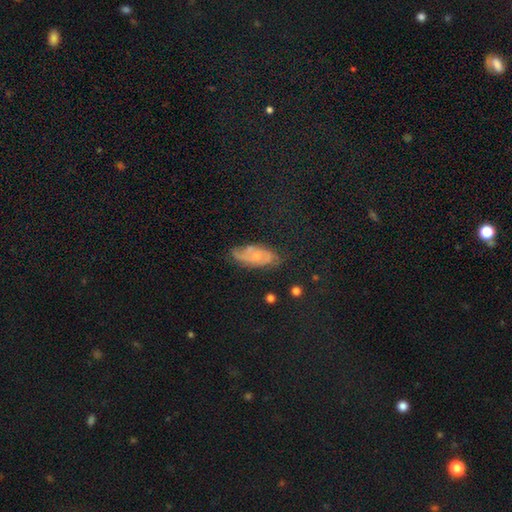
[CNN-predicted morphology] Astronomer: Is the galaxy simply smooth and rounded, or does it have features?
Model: featured or disk — 53% (runner-up: smooth, 28%).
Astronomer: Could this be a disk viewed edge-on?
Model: no — 89%.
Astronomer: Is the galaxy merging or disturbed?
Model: none — 71%.